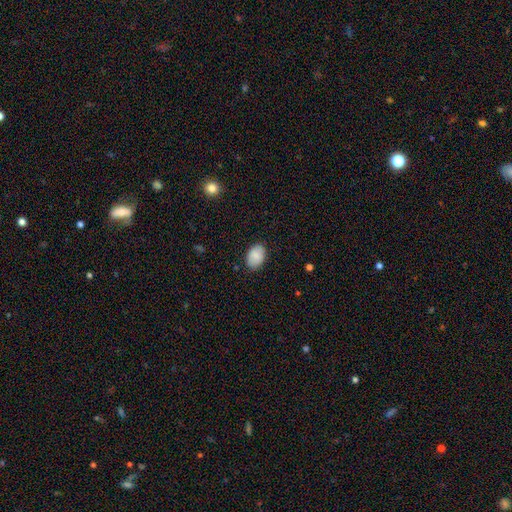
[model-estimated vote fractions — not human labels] Smooth or featured: smooth — 85% (featured or disk — 8%)
How rounded: in between — 86% (round — 13%)
Merging: none — 84% (minor disturbance — 12%)